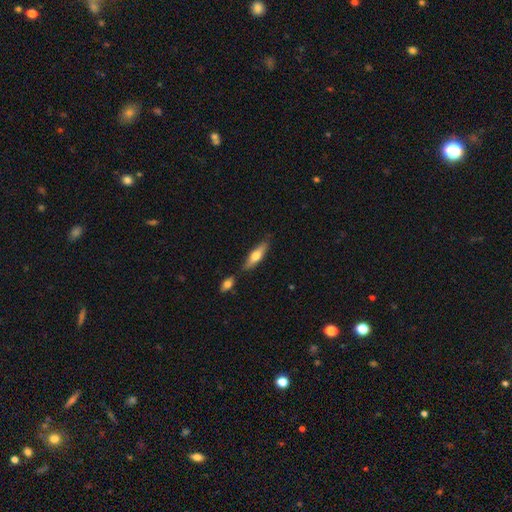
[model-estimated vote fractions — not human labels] Q: Smooth or featured?
A: smooth (56%); runner-up: featured or disk (38%)
Q: How rounded?
A: cigar-shaped (64%); runner-up: in between (34%)
Q: Merging?
A: none (75%); runner-up: minor disturbance (13%)